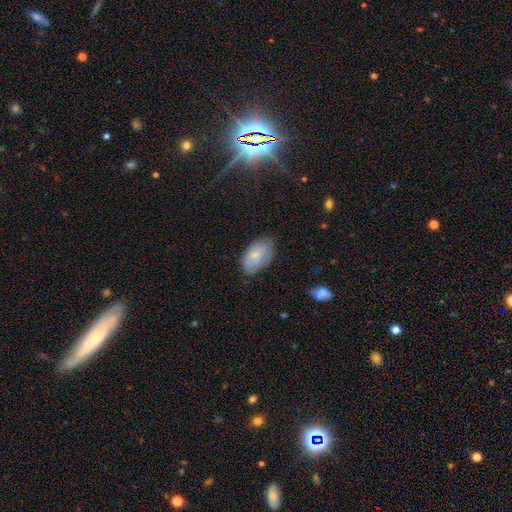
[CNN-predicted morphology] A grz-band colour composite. It shows a smooth galaxy with no disk features (76%) that is in between round and cigar-shaped (94%). Merging: none (71%).